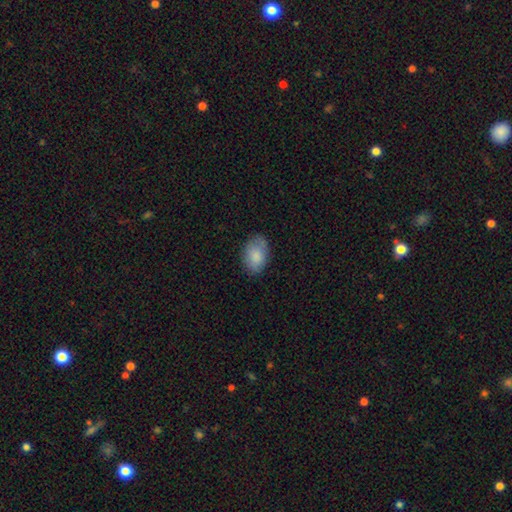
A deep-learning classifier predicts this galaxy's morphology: smooth_or_featured: smooth (p=0.85) [alt: featured or disk p=0.09]
how_rounded: in between (p=0.87) [alt: round p=0.12]
merging: none (p=0.76) [alt: minor disturbance p=0.19]